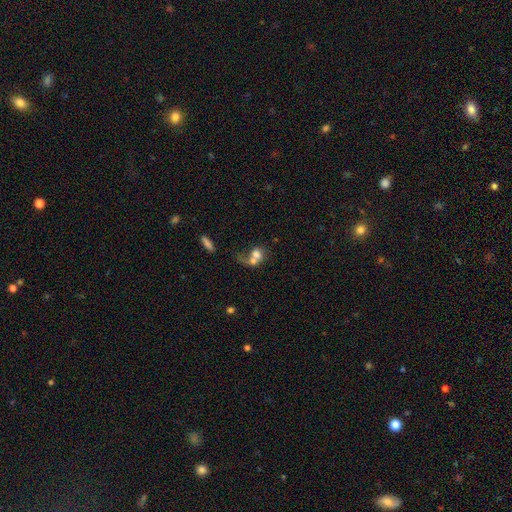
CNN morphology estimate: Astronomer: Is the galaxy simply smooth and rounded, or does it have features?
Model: smooth — 61%.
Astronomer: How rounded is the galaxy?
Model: round — 54% (runner-up: in between, 44%).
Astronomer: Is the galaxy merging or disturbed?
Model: merger — 64%.